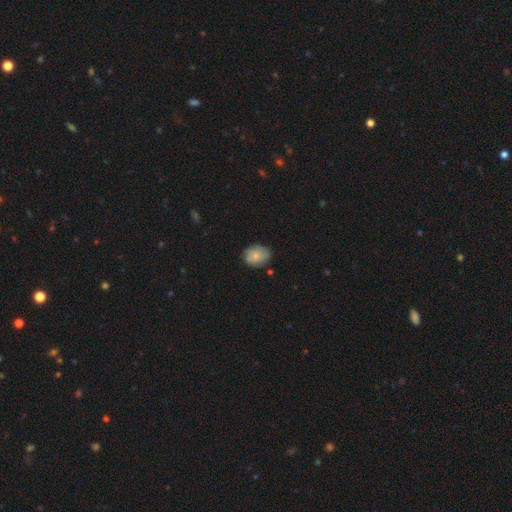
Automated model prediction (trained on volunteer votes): This is likely a smooth galaxy (71%). How rounded: possibly in between (55%). Merging: likely none (70%).